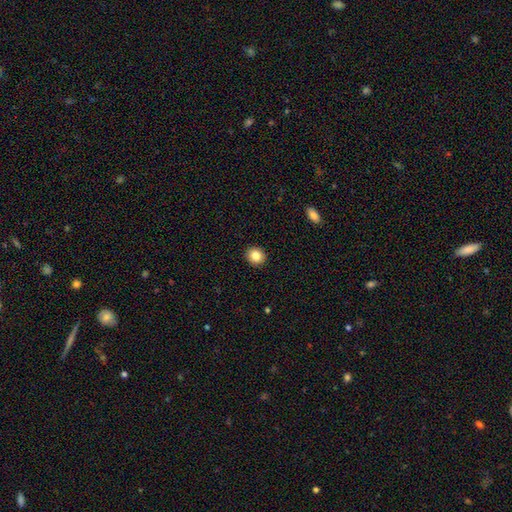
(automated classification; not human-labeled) Q: Smooth or featured?
A: smooth (84%); runner-up: star or artifact (9%)
Q: How rounded?
A: round (83%); runner-up: in between (16%)
Q: Merging?
A: none (92%); runner-up: minor disturbance (5%)